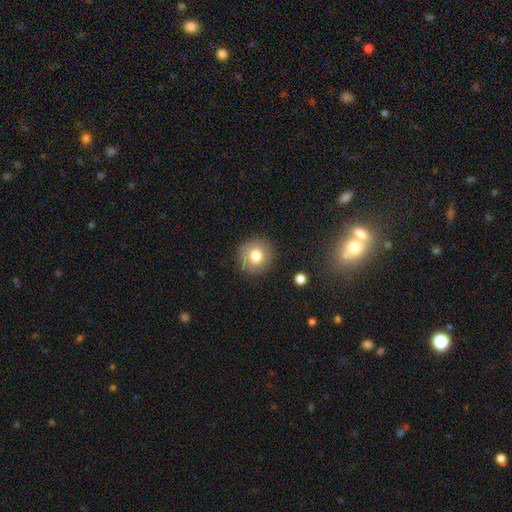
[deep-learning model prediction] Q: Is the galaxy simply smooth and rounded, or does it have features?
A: smooth — 77%.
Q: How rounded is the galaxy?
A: round — 92%.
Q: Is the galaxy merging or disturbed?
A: none — 87%.